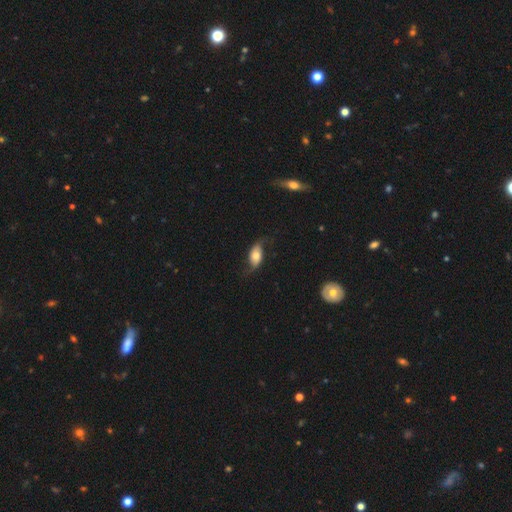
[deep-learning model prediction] This appears to be a featured or disk galaxy (49%). Merging: none (65%).